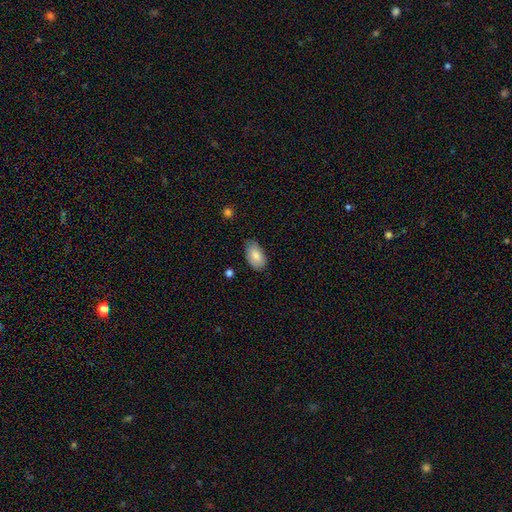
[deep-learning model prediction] Overall: smooth (82%). How rounded: in between (94%). Merging: none (80%).